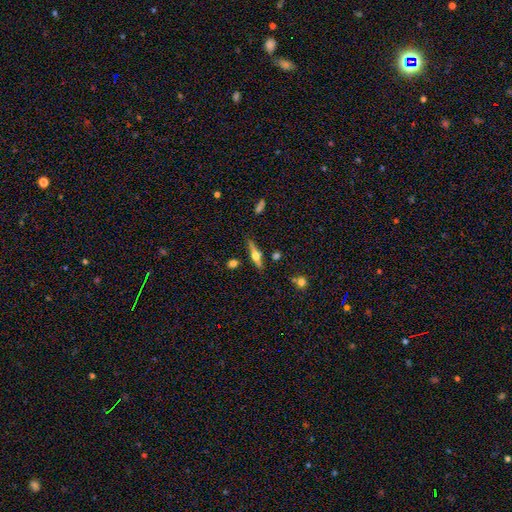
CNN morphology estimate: type=featured or disk (67%); edge-on=yes (96%); edge-on bulge=rounded (94%); merging=none (82%).